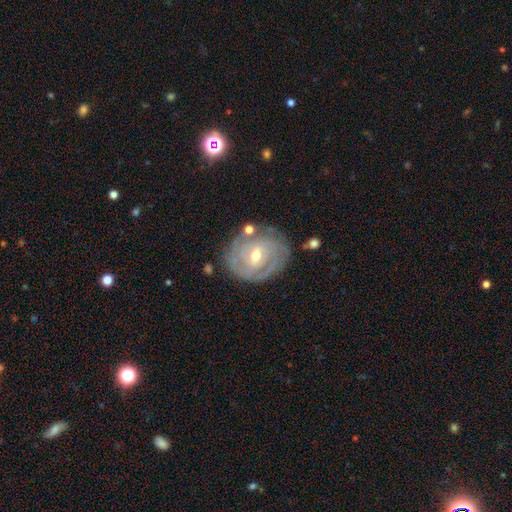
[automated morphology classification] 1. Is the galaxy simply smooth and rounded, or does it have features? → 84% featured or disk, 10% smooth, 6% star or artifact.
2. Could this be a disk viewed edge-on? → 96% no, 4% yes.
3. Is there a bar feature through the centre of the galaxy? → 48% weak, 34% no, 18% strong.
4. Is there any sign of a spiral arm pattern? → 92% yes, 8% no.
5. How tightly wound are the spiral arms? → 78% tight, 18% medium, 4% loose.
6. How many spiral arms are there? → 34% can't tell, 28% 2, 21% 3, 8% 4, 5% 1, 4% more than 4.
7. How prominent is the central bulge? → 56% moderate, 41% small, 2% large, 1% none, 1% dominant.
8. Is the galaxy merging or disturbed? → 76% none, 16% minor disturbance, 5% major disturbance, 3% merger.